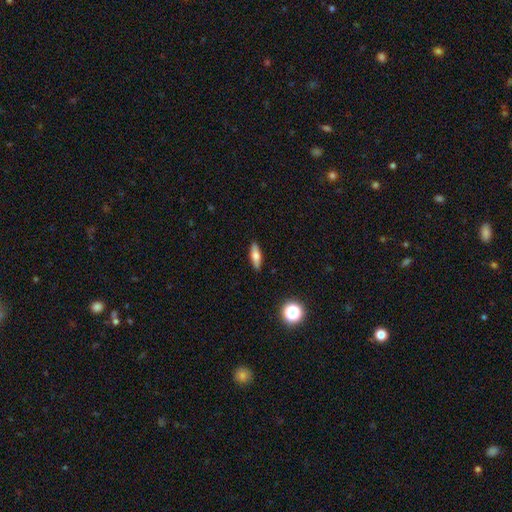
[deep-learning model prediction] Smooth or featured? smooth (63%)
How rounded? cigar-shaped (49%)
Merging? none (89%)